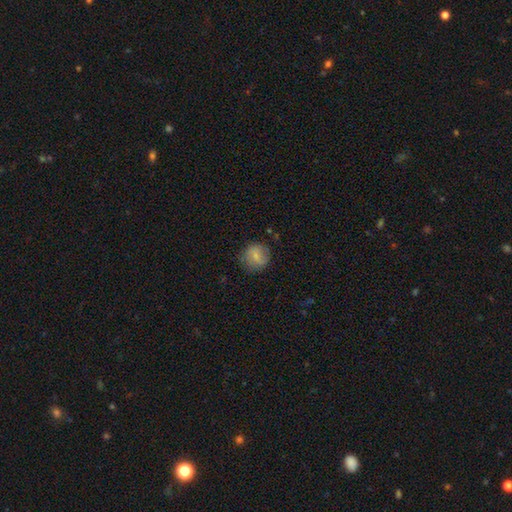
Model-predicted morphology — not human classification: This is likely a smooth galaxy (71%). How rounded: clearly round (88%). Merging: likely none (74%).